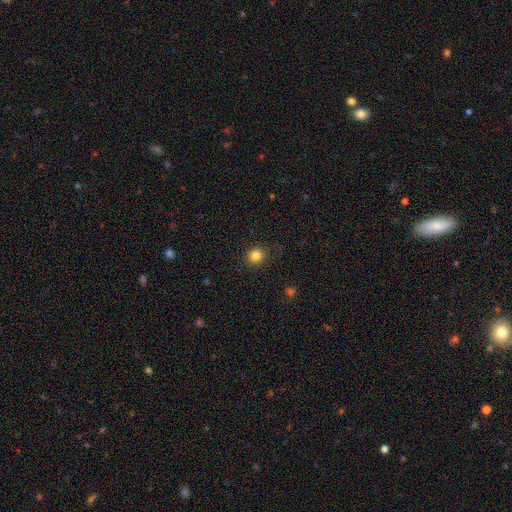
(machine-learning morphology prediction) Smooth or featured? Predicted: smooth (p=0.84). How rounded? Predicted: round (p=0.87). Merging? Predicted: none (p=0.88).